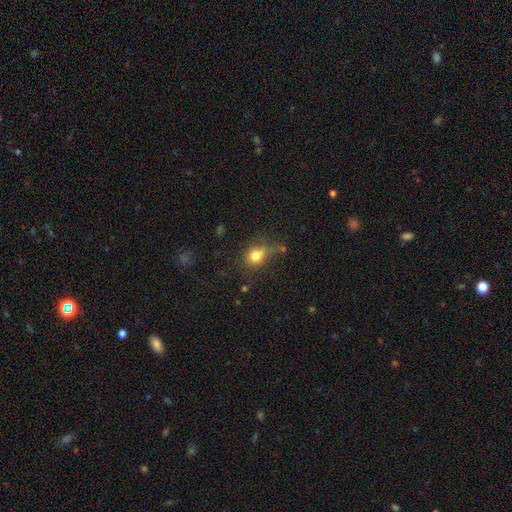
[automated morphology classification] Overall: smooth (74%). How rounded: round (63%; in between 35%). Merging: none (46%; minor disturbance 23%).